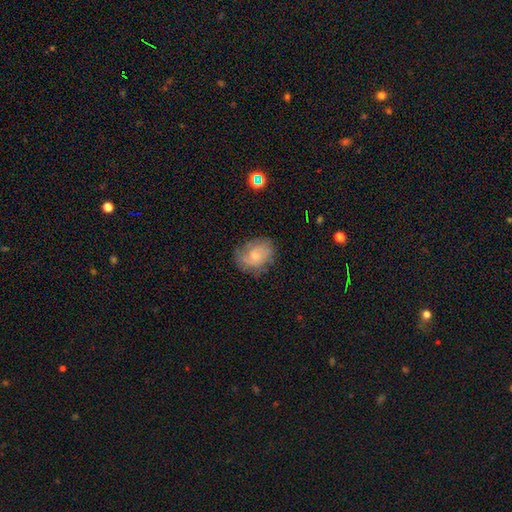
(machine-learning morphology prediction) Smooth or featured? smooth (48%)
Merging? none (65%)